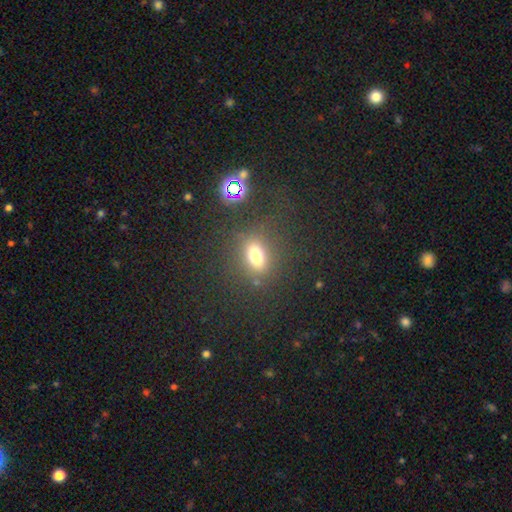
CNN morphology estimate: Overall: smooth (68%). How rounded: in between (60%; round 34%). Merging: none (79%).